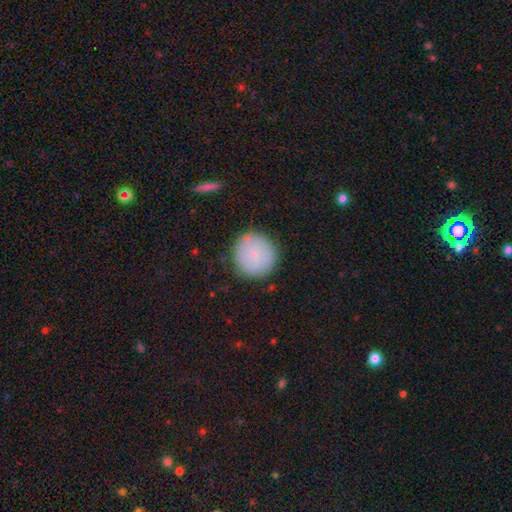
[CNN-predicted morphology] smooth-or-featured: smooth: 76% | featured or disk: 17% | star or artifact: 7%
  how-rounded: round: 94% | in between: 5% | cigar-shaped: 1%
  merging: none: 87% | minor disturbance: 9% | major disturbance: 2% | merger: 1%